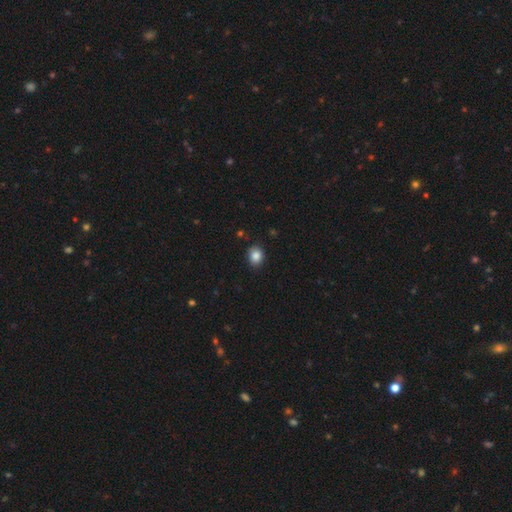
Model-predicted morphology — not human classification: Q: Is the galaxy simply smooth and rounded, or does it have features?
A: smooth — 86%.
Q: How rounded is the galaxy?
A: round — 57%.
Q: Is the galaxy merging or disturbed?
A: none — 87%.